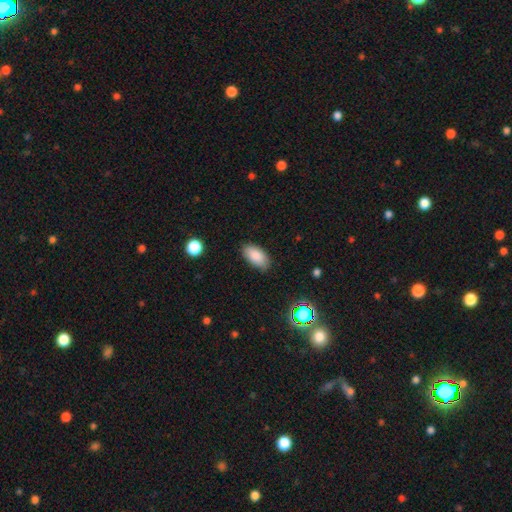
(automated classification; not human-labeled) smooth 87%, star or artifact 8%, featured or disk 5%. Down the decision tree: how rounded — in between (93%); merging — none (82%).